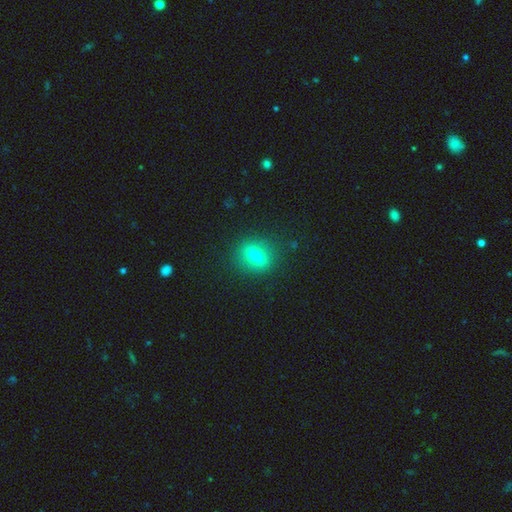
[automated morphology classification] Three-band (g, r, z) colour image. It shows a smooth galaxy with no disk features (61%) that is in between round and cigar-shaped (52%). Merging: none (86%).